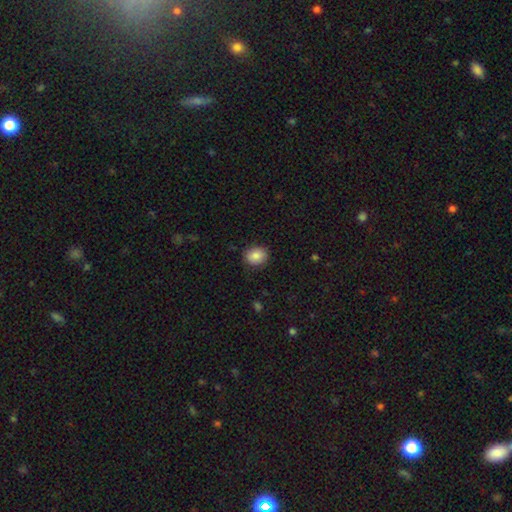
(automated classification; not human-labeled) Smooth or featured? Predicted: smooth (p=0.86). How rounded? Predicted: round (p=0.60). Merging? Predicted: none (p=0.86).